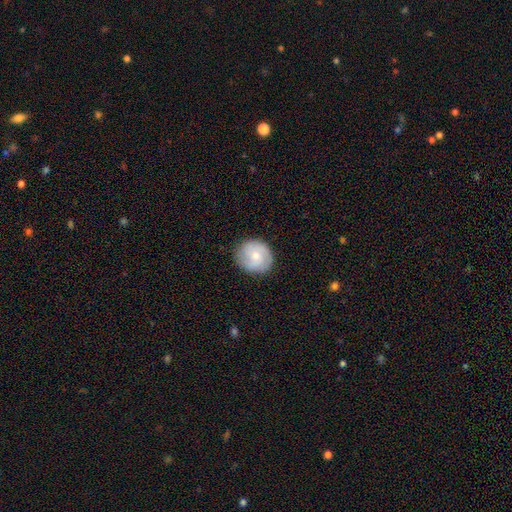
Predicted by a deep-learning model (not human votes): Smooth or featured? featured or disk (48%)
Merging? none (84%)